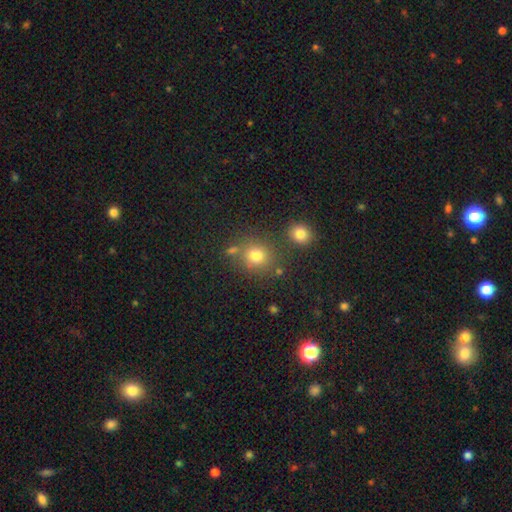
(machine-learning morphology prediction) The model was most divided on "smooth or featured": smooth: 76%, star or artifact: 17%, featured or disk: 7%. More confident: how rounded — round (81%); merging — none (74%).